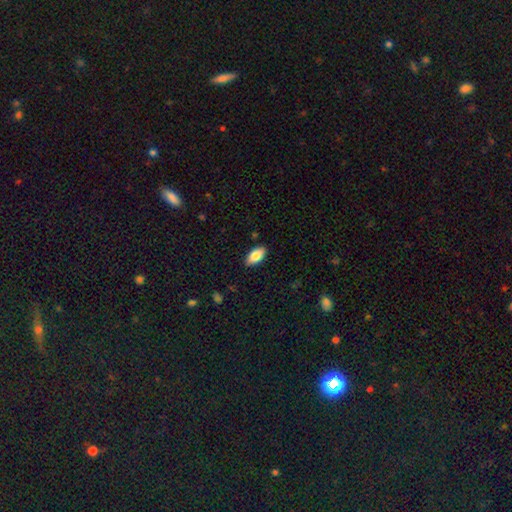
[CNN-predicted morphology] type=smooth (85%); roundness=in between (93%); merging=none (88%).